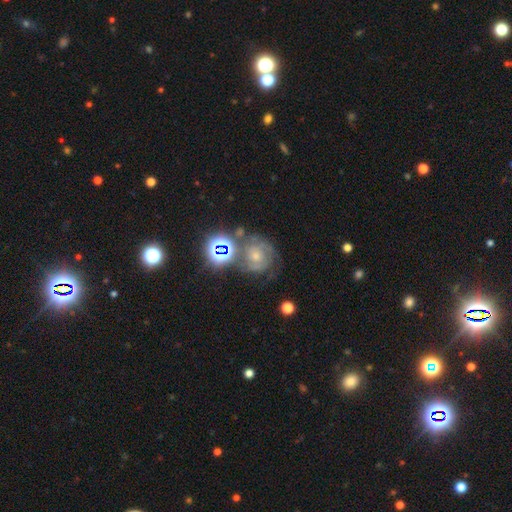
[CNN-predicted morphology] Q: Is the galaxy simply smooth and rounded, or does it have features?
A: featured or disk — 55%.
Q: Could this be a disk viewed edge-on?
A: no — 97%.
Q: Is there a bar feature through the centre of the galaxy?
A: no — 76%.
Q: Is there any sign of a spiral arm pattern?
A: yes — 78%.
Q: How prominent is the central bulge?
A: moderate — 46%.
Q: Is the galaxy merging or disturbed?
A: none — 53%.